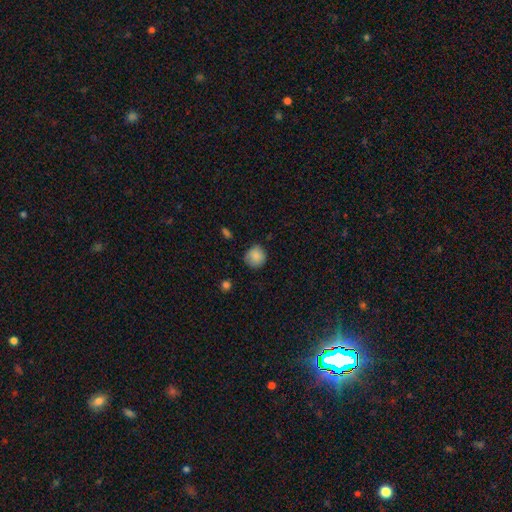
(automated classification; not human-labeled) Overall: smooth (87%). How rounded: round (90%). Merging: none (82%).